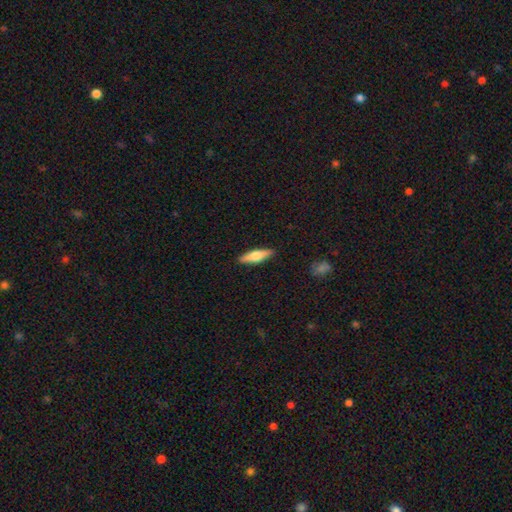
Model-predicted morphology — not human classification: This is possibly a smooth galaxy (60%). How rounded: likely cigar-shaped (61%). Merging: clearly none (89%).